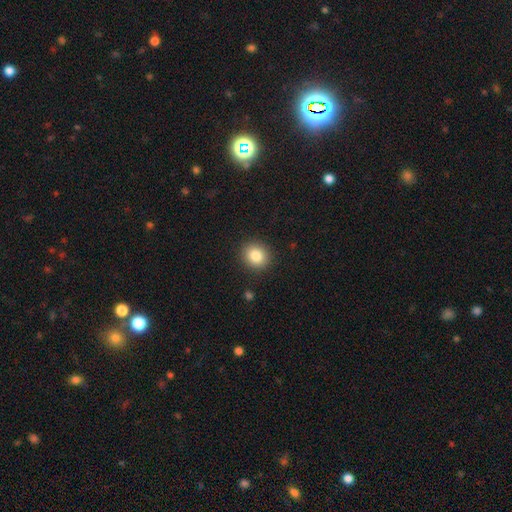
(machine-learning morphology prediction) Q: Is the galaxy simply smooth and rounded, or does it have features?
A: smooth — 84%.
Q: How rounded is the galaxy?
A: round — 79%.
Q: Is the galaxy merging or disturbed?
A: none — 90%.